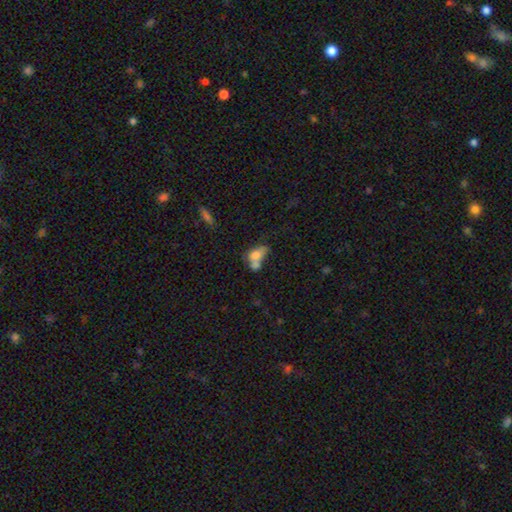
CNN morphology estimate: The model was most divided on "merging": merger: 55%, none: 20%, minor disturbance: 13%, major disturbance: 12%. More confident: how rounded — in between (78%); smooth or featured — smooth (65%).